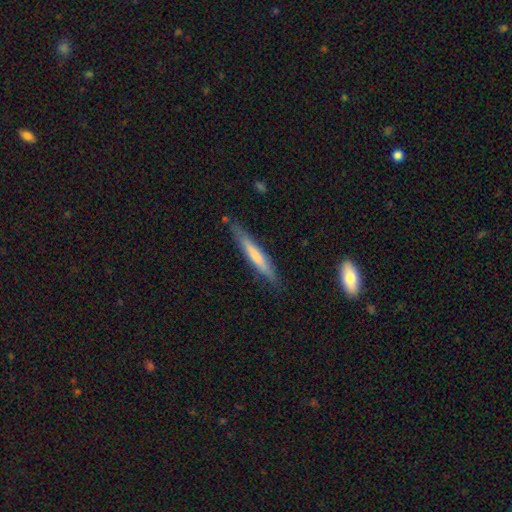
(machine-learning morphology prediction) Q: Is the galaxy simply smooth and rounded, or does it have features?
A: featured or disk — 51%.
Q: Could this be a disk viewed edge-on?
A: yes — 94%.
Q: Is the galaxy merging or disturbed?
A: none — 85%.